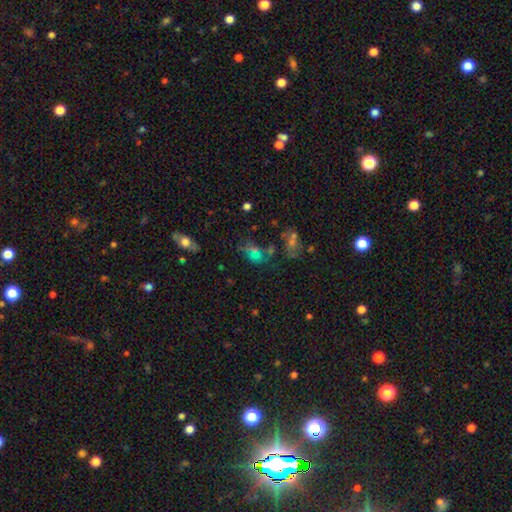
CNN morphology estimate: Q: Smooth or featured?
A: smooth (46%); runner-up: star or artifact (35%)
Q: Merging?
A: none (45%); runner-up: merger (21%)